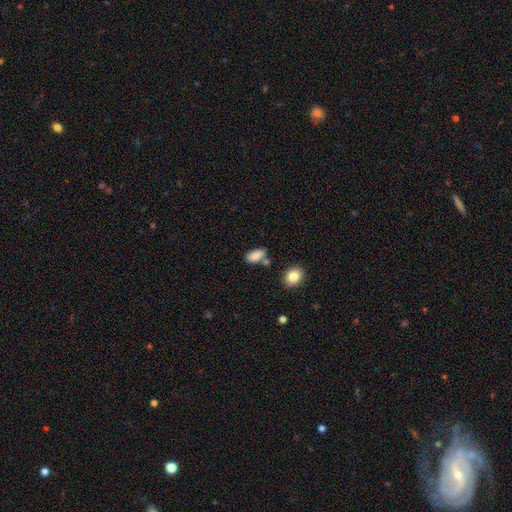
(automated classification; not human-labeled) This is clearly a smooth galaxy (86%). How rounded: clearly in between (91%). Merging: likely none (67%).